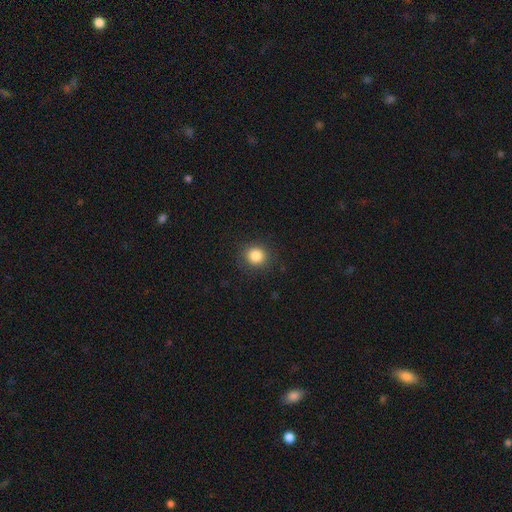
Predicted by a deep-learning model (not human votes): The model was most divided on "smooth or featured": smooth: 85%, star or artifact: 11%, featured or disk: 5%. More confident: merging — none (89%); how rounded — round (88%).